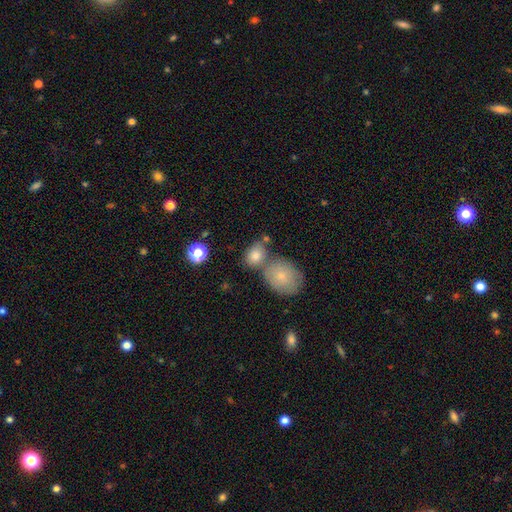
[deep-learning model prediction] The model was most divided on "merging": none: 47%, merger: 38%, minor disturbance: 11%, major disturbance: 4%. More confident: smooth or featured — smooth (80%); how rounded — in between (61%).